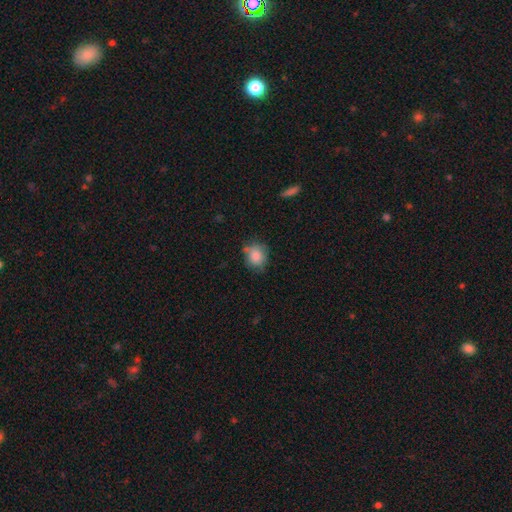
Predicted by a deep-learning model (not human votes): smooth 82%, featured or disk 9%, star or artifact 9%. Down the decision tree: how rounded — round (72%); merging — none (64%).